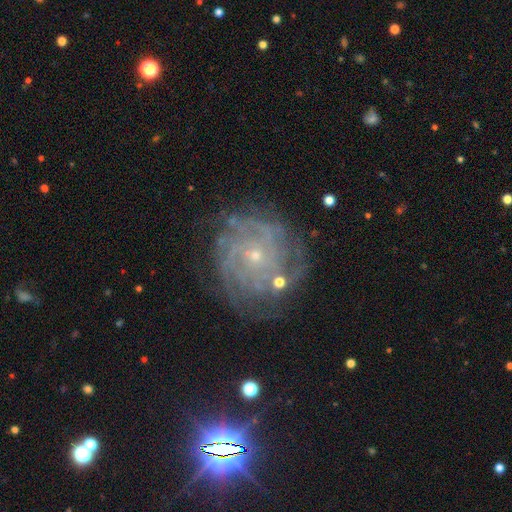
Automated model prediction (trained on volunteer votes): Q: Smooth or featured?
A: featured or disk (83%); runner-up: star or artifact (9%)
Q: Edge-on disk?
A: no (97%); runner-up: yes (3%)
Q: Bar?
A: no (76%); runner-up: weak (20%)
Q: Spiral arms?
A: yes (94%); runner-up: no (6%)
Q: Spiral winding?
A: tight (71%); runner-up: medium (23%)
Q: Spiral arm count?
A: can't tell (33%); runner-up: 4 (22%)
Q: Bulge size?
A: small (81%); runner-up: moderate (15%)
Q: Merging?
A: none (72%); runner-up: minor disturbance (17%)